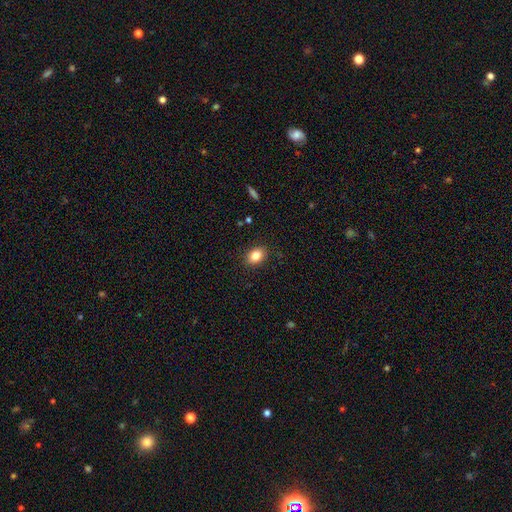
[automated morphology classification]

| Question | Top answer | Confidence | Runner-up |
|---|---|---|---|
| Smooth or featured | smooth | 83% | star or artifact (9%) |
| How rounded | in between | 75% | round (24%) |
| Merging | none | 88% | minor disturbance (9%) |